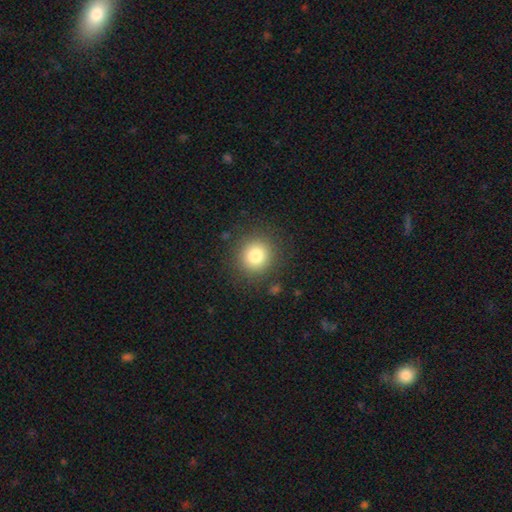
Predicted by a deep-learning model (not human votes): Overall: smooth (81%). How rounded: round (89%). Merging: none (88%).